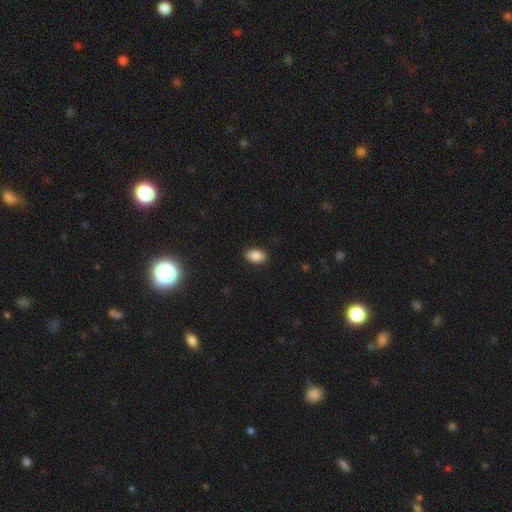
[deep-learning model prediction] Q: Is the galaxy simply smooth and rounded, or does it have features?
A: smooth — 85%.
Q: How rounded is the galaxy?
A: in between — 89%.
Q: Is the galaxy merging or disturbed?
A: none — 87%.